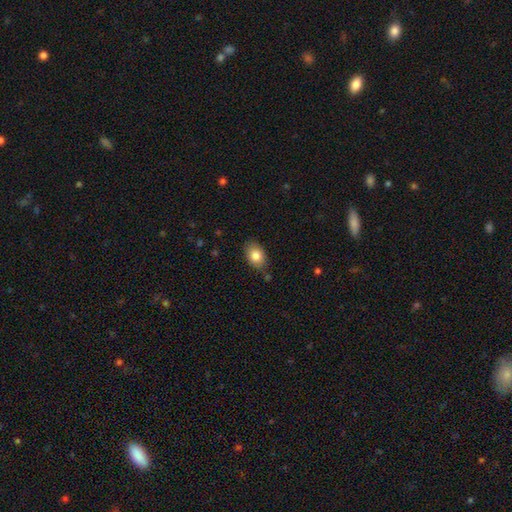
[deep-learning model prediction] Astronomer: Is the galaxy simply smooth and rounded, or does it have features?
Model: smooth — 83%.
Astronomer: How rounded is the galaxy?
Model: in between — 81%.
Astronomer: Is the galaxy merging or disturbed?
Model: none — 79%.